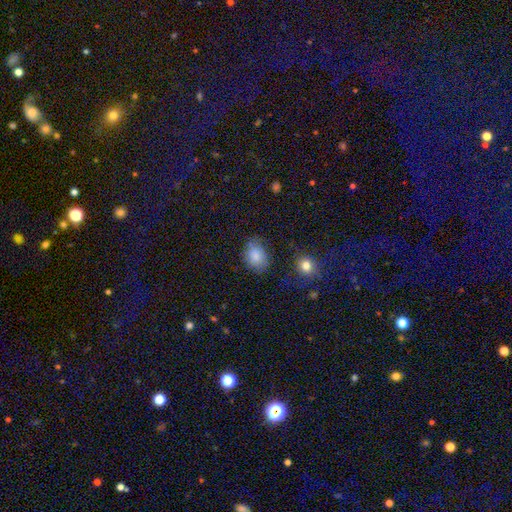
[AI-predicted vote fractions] Smooth or featured?
  - smooth: 85% *
  - star or artifact: 8%
  - featured or disk: 7%
How rounded?
  - in between: 67% *
  - round: 32%
  - cigar-shaped: 1%
Merging?
  - none: 68% *
  - minor disturbance: 22%
  - major disturbance: 6%
  - merger: 4%